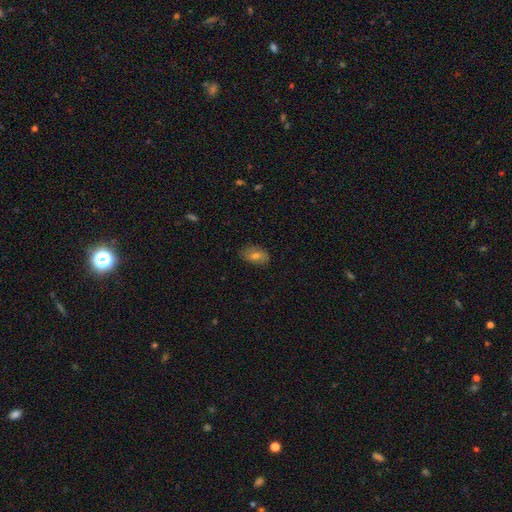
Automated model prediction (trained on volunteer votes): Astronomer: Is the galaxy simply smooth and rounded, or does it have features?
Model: smooth — 64%.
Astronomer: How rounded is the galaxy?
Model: in between — 87%.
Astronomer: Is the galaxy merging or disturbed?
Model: none — 81%.